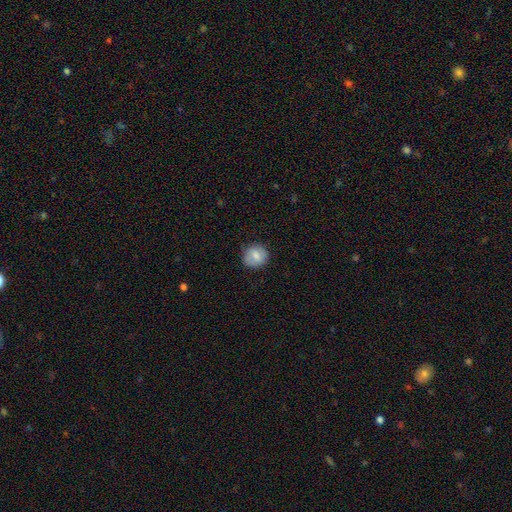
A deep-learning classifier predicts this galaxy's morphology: Smooth or featured? smooth (77%)
How rounded? round (81%)
Merging? none (82%)